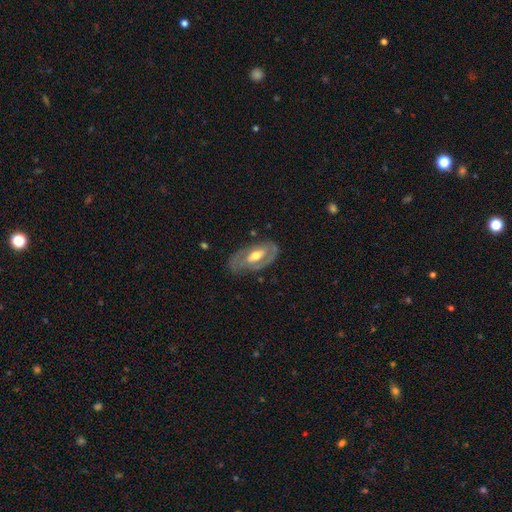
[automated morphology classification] This is likely a featured or disk galaxy (71%). It is clearly not viewed edge-on (91%). Bar: marginally no (41%). Spiral arm pattern: likely yes (61%). Central bulge: likely moderate (71%). Merging: likely none (66%).